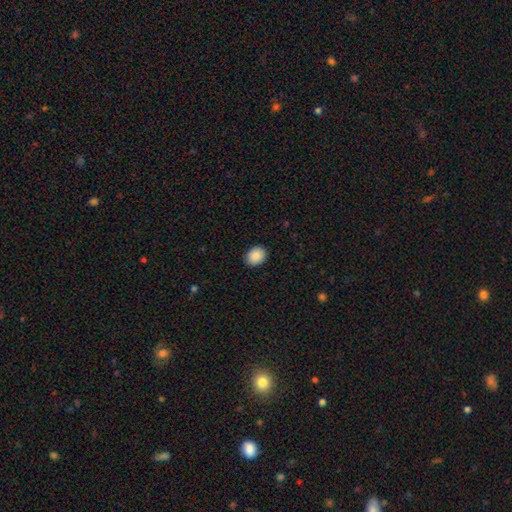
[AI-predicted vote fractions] smooth-or-featured: smooth: 89% | star or artifact: 7% | featured or disk: 3%
  how-rounded: in between: 51% | round: 48% | cigar-shaped: 1%
  merging: none: 90% | minor disturbance: 7% | major disturbance: 2% | merger: 1%